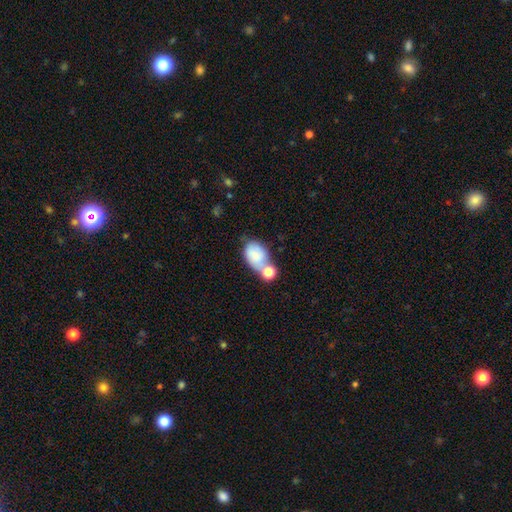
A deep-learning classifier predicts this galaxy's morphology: Overall: smooth (76%). How rounded: in between (85%). Merging: merger (44%; none 30%).